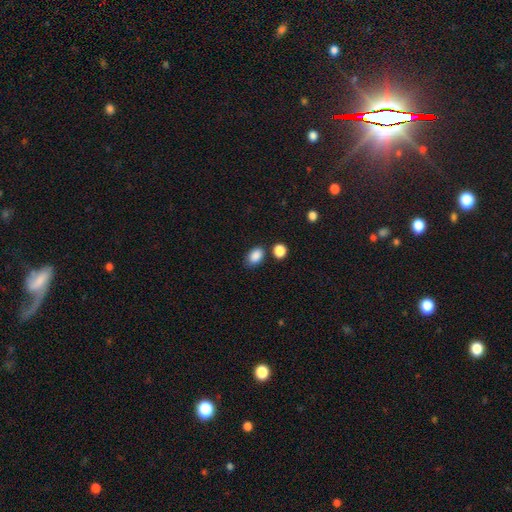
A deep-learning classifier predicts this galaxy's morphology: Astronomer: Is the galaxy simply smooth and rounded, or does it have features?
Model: smooth — 88%.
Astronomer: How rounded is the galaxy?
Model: in between — 81%.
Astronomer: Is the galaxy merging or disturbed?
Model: none — 75%.